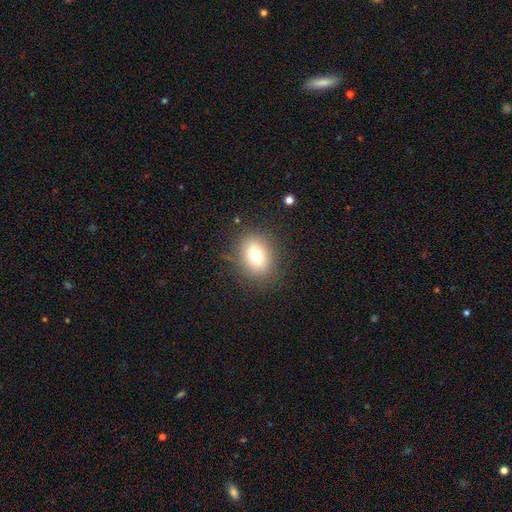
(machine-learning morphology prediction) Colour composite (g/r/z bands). It shows a smooth galaxy with no disk features (74%) that is in between round and cigar-shaped (61%). Merging: none (83%).